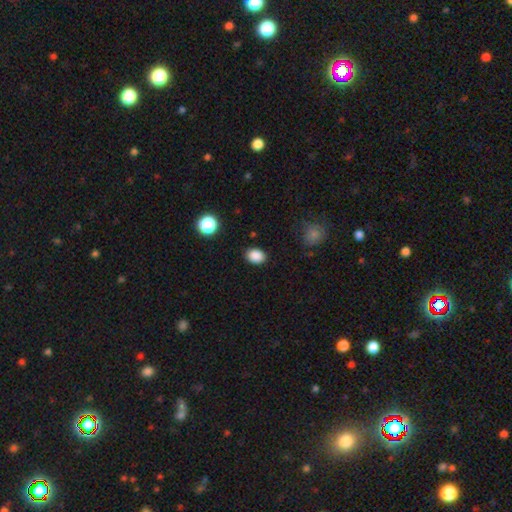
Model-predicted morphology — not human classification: Smooth or featured: smooth — 87% (star or artifact — 10%)
How rounded: in between — 64% (round — 35%)
Merging: none — 87% (minor disturbance — 9%)